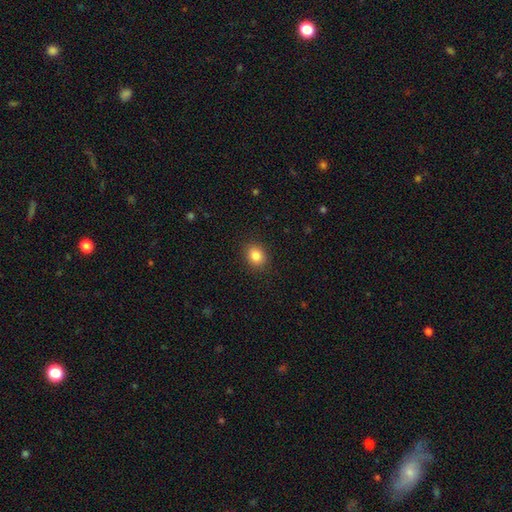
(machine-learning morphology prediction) smooth_or_featured: smooth (p=0.85) [alt: star or artifact p=0.10]
how_rounded: round (p=0.60) [alt: in between p=0.40]
merging: none (p=0.89) [alt: minor disturbance p=0.08]